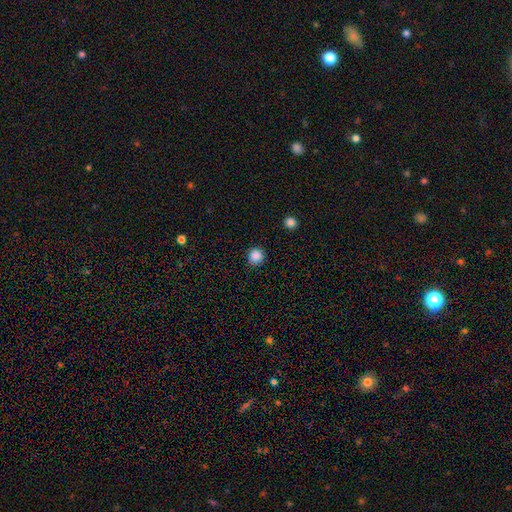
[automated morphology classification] This is clearly a smooth galaxy (87%). How rounded: clearly round (92%). Merging: clearly none (89%).